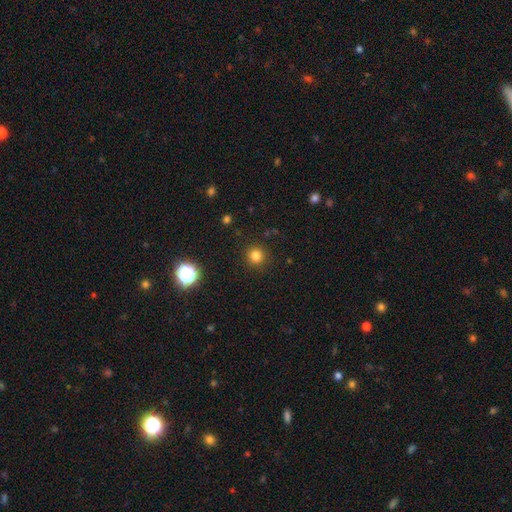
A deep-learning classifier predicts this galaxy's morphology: type=smooth (81%); roundness=round (94%); merging=none (90%).